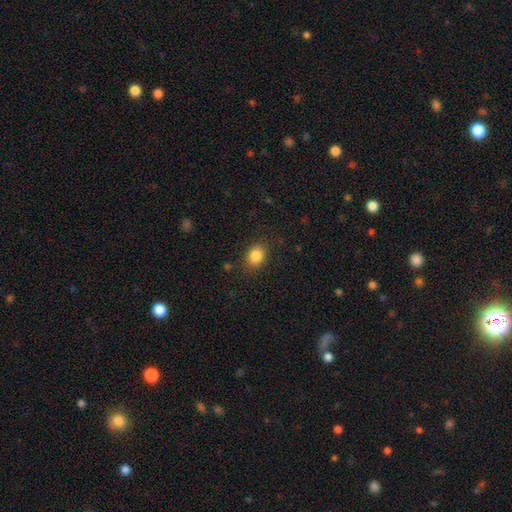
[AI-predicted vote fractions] The model was most divided on "how rounded": round: 50%, in between: 49%, cigar-shaped: 1%. More confident: smooth or featured — smooth (86%); merging — none (85%).